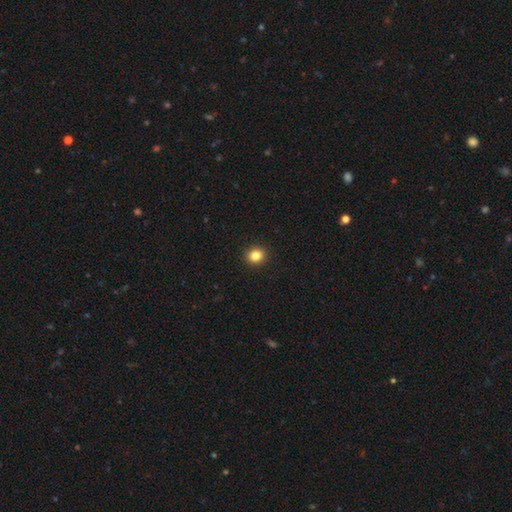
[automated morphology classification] A smooth galaxy with no disk features (84%) that is round (86%).

Vote fractions:
- Smooth or featured? smooth: 84% / star or artifact: 11% / featured or disk: 5%
- How rounded? round: 86% / in between: 13% / cigar-shaped: 1%
- Merging? none: 93% / minor disturbance: 4% / major disturbance: 1% / merger: 1%